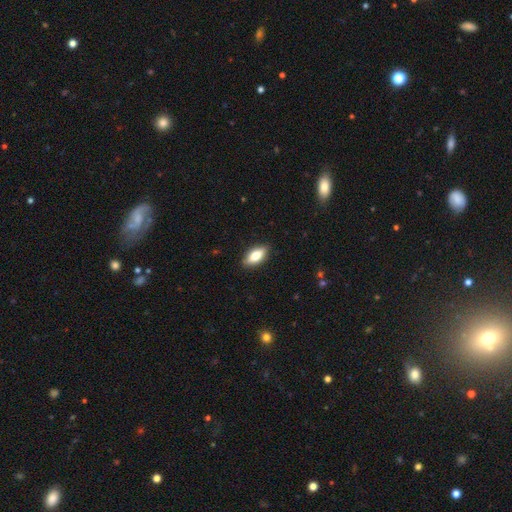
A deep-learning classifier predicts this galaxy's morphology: smooth-or-featured: smooth: 74% | featured or disk: 19% | star or artifact: 7%
  how-rounded: in between: 85% | cigar-shaped: 12% | round: 3%
  merging: none: 87% | minor disturbance: 10% | major disturbance: 2% | merger: 1%